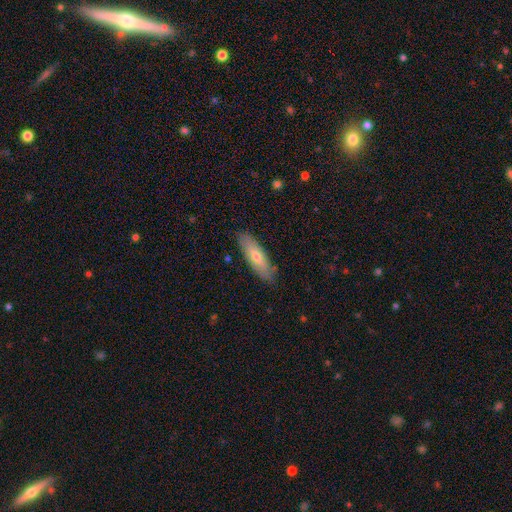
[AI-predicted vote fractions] Smooth or featured?
  - smooth: 65% *
  - featured or disk: 29%
  - star or artifact: 6%
How rounded?
  - cigar-shaped: 50% *
  - in between: 49%
  - round: 2%
Merging?
  - none: 85% *
  - minor disturbance: 12%
  - major disturbance: 2%
  - merger: 1%